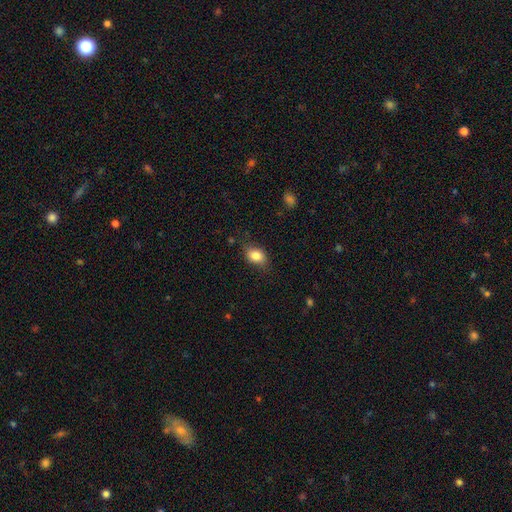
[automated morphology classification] Smooth or featured? Predicted: smooth (p=0.83). How rounded? Predicted: in between (p=0.75). Merging? Predicted: none (p=0.76).